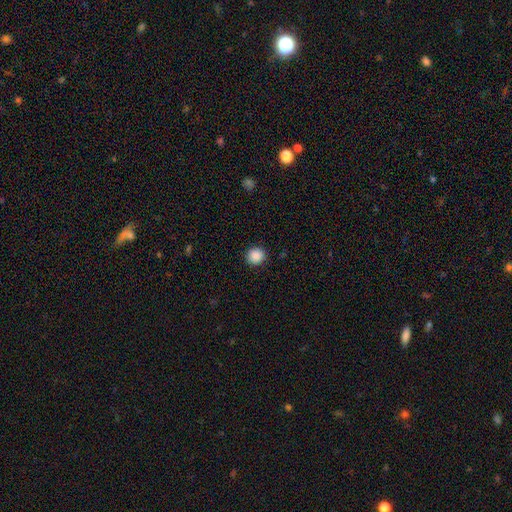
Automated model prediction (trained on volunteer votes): Overall: smooth (88%). How rounded: round (91%). Merging: none (91%).